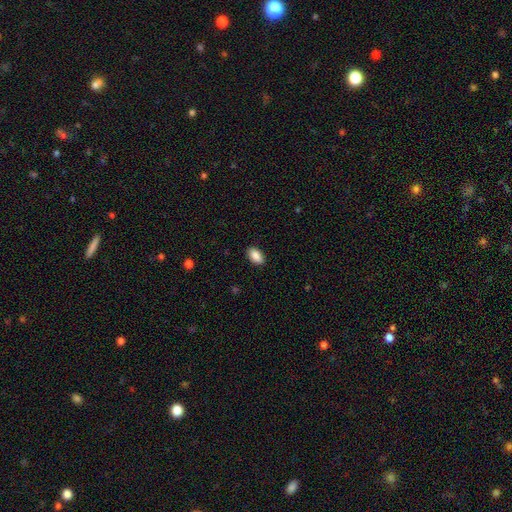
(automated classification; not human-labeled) Q: Smooth or featured?
A: smooth (89%); runner-up: star or artifact (7%)
Q: How rounded?
A: in between (93%); runner-up: round (5%)
Q: Merging?
A: none (89%); runner-up: minor disturbance (8%)